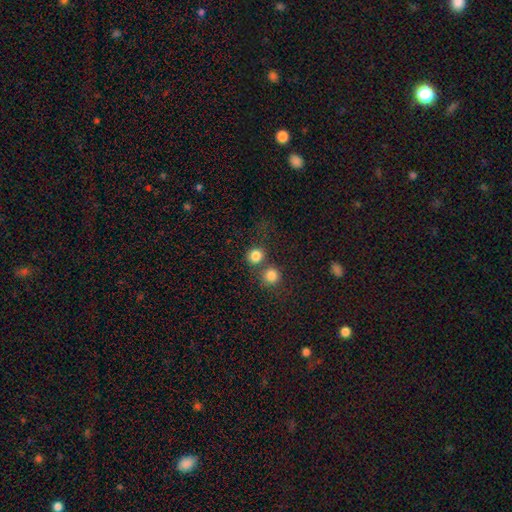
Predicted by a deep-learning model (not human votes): smooth-or-featured: smooth: 82% | star or artifact: 12% | featured or disk: 6%
  how-rounded: round: 89% | in between: 10% | cigar-shaped: 1%
  merging: none: 63% | merger: 27% | minor disturbance: 7% | major disturbance: 3%